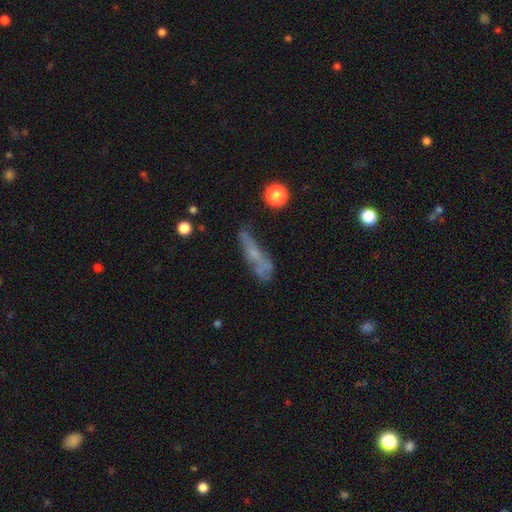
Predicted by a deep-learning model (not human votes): Overall: featured or disk (44%; smooth 41%). Merging: none (48%; minor disturbance 25%).